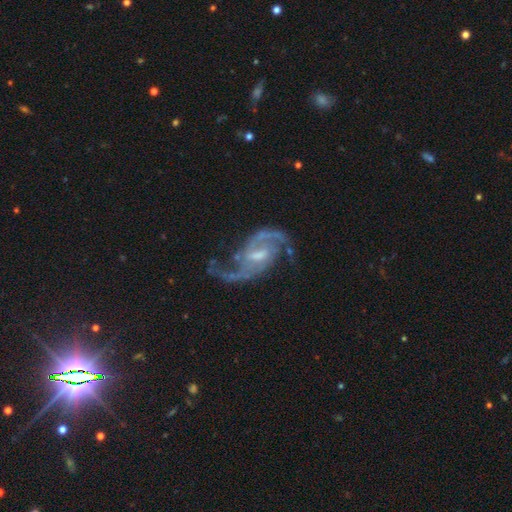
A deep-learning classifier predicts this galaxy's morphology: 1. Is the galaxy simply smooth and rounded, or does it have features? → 90% featured or disk, 7% star or artifact, 3% smooth.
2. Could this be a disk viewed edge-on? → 97% no, 3% yes.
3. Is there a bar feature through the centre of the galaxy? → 52% weak, 30% no, 18% strong.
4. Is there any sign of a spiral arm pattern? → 98% yes, 2% no.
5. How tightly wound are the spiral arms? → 52% medium, 35% loose, 13% tight.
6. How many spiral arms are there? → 89% 2, 3% 3, 3% can't tell, 2% 1, 2% 4, 2% more than 4.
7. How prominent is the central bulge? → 52% small, 38% moderate, 6% none, 2% large, 1% dominant.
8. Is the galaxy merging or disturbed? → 68% none, 17% minor disturbance, 13% major disturbance, 3% merger.